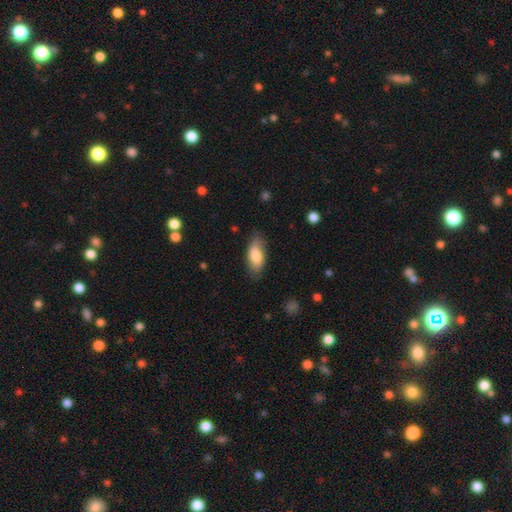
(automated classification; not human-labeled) A smooth galaxy with no disk features (80%) that is in between round and cigar-shaped (84%). Merging: none (78%).